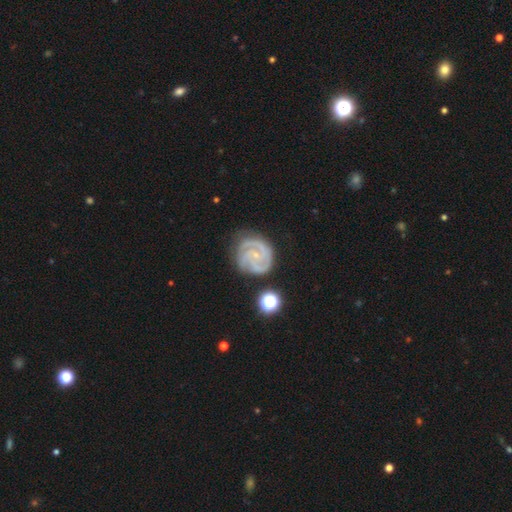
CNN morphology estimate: Smooth or featured?
  - featured or disk: 89% *
  - smooth: 5%
  - star or artifact: 5%
Edge-on disk?
  - no: 98% *
  - yes: 2%
Bar?
  - no: 69% *
  - weak: 24%
  - strong: 7%
Spiral arms?
  - yes: 98% *
  - no: 2%
Spiral winding?
  - tight: 68% *
  - medium: 28%
  - loose: 4%
Spiral arm count?
  - 3: 53% *
  - 2: 23%
  - can't tell: 8%
  - 4: 8%
  - 1: 4%
  - more than 4: 4%
Bulge size?
  - small: 81% *
  - moderate: 10%
  - none: 7%
  - large: 1%
  - dominant: 1%
Merging?
  - none: 72% *
  - minor disturbance: 19%
  - major disturbance: 6%
  - merger: 2%